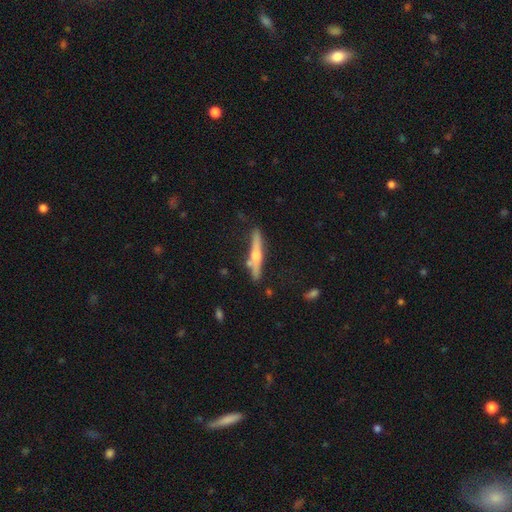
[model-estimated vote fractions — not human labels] Morphology: type=featured or disk (65%); edge-on=yes (96%); edge-on bulge=rounded (87%); merging=none (79%).